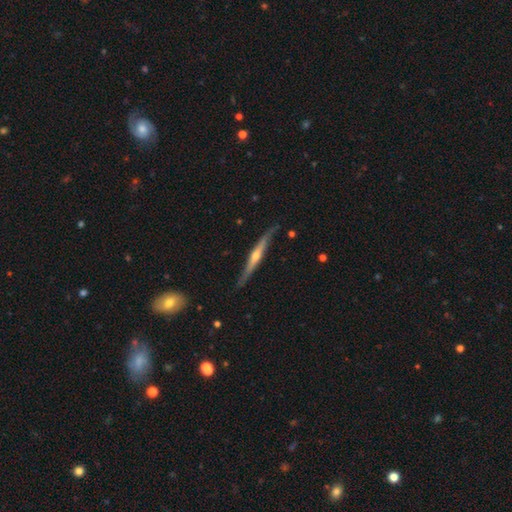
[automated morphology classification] type=featured or disk (77%); edge-on=yes (96%); edge-on bulge=rounded (82%); merging=none (81%).